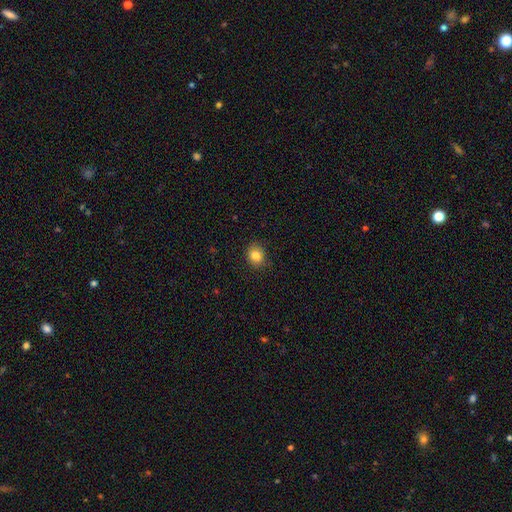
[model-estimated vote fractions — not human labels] A smooth galaxy with no disk features (83%) that is round (76%). Merging: none (88%).